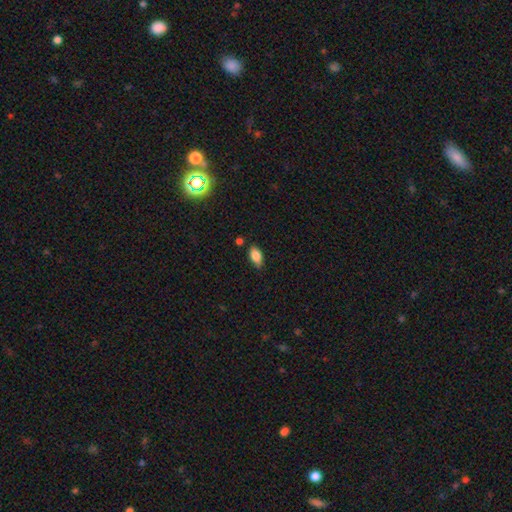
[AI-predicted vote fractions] Q: Smooth or featured?
A: smooth (81%); runner-up: featured or disk (10%)
Q: How rounded?
A: in between (89%); runner-up: round (6%)
Q: Merging?
A: none (75%); runner-up: minor disturbance (19%)